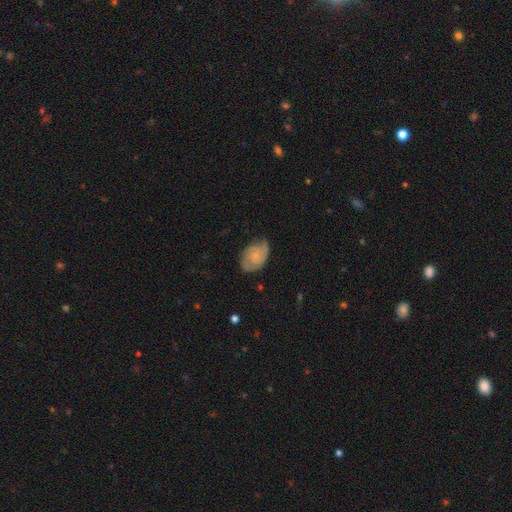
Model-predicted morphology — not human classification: The model was most divided on "spiral winding": tight: 53%, medium: 37%, loose: 10%. More confident: edge-on disk — no (97%); spiral arms — yes (94%); smooth or featured — featured or disk (73%); merging — none (68%); bar — no (67%); spiral arm count — 2 (62%); bulge size — small (55%).